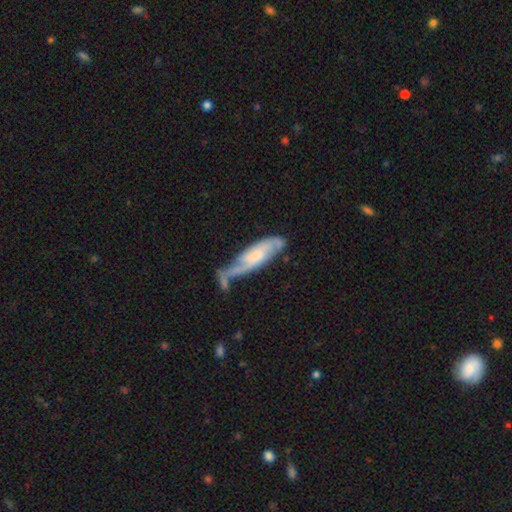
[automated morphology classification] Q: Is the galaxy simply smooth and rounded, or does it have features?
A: featured or disk — 63%.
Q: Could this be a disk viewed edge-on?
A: no — 77%.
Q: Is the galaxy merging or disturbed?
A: none — 36%.